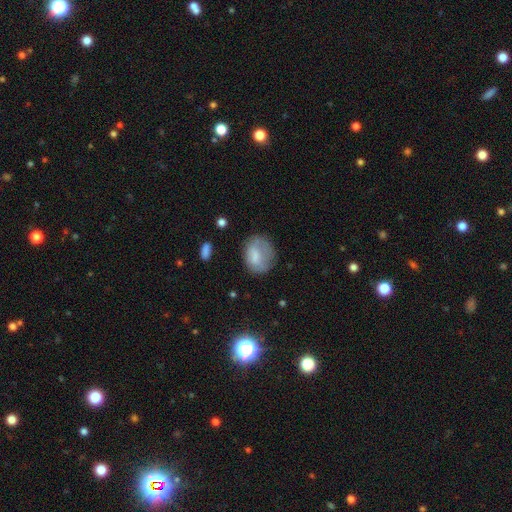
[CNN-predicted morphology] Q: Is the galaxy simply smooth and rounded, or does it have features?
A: smooth — 72%.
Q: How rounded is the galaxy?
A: in between — 54%.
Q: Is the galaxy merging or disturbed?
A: none — 57%.